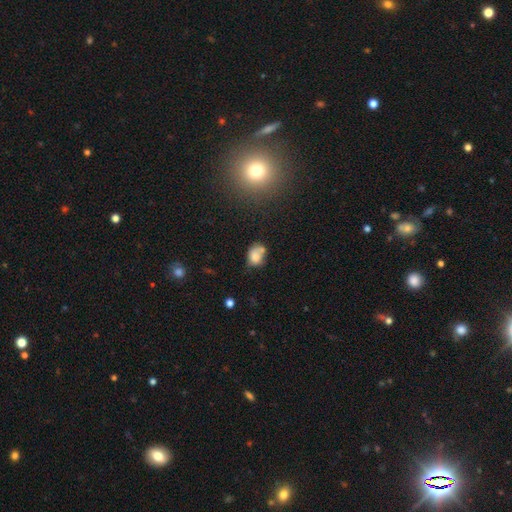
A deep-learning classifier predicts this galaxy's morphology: smooth 70%, featured or disk 19%, star or artifact 11%. Down the decision tree: how rounded — in between (65%); merging — none (35%).